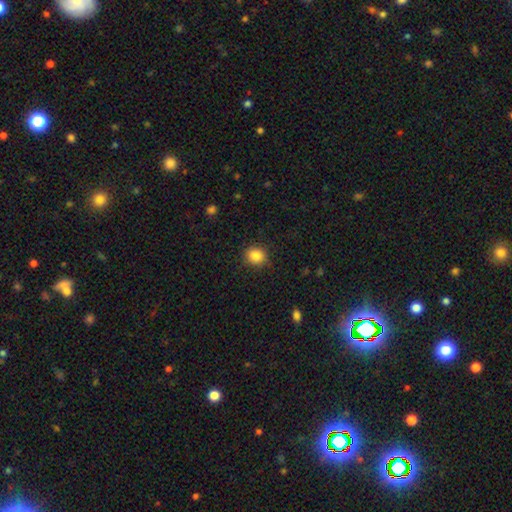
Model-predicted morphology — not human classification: This is clearly a smooth galaxy (86%). How rounded: likely round (76%). Merging: clearly none (87%).